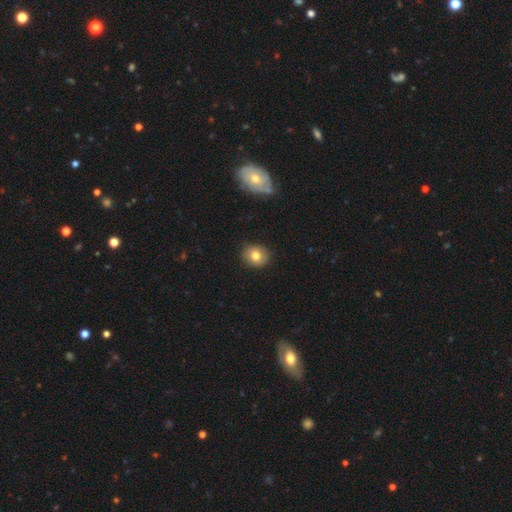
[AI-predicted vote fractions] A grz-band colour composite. It shows a smooth galaxy with no disk features (79%) that is round (67%). Merging: none (87%).